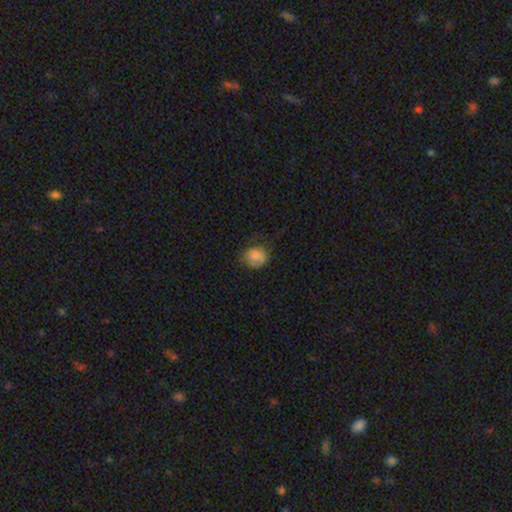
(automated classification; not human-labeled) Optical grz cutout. It shows a smooth galaxy with no disk features (78%) that is round (72%). Merging: none (56%).